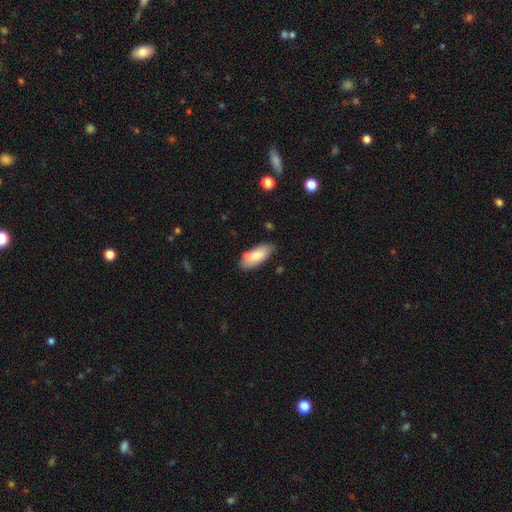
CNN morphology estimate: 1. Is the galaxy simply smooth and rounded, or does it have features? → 76% smooth, 18% featured or disk, 6% star or artifact.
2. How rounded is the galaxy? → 82% in between, 16% cigar-shaped, 2% round.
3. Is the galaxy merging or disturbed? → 65% none, 19% minor disturbance, 11% merger, 4% major disturbance.